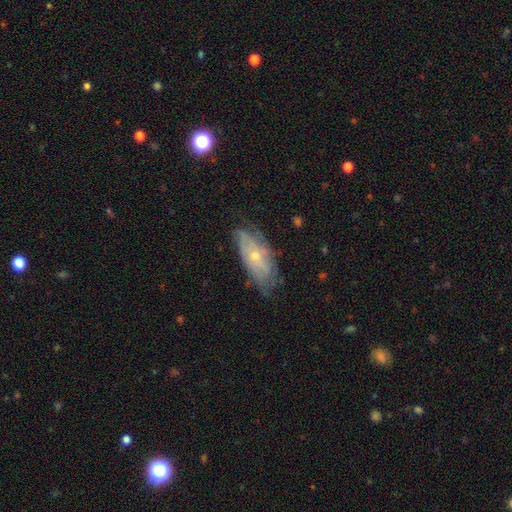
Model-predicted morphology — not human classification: Overall: featured or disk (57%; smooth 35%). Edge-on disk: no (82%). Merging: none (65%; minor disturbance 26%).